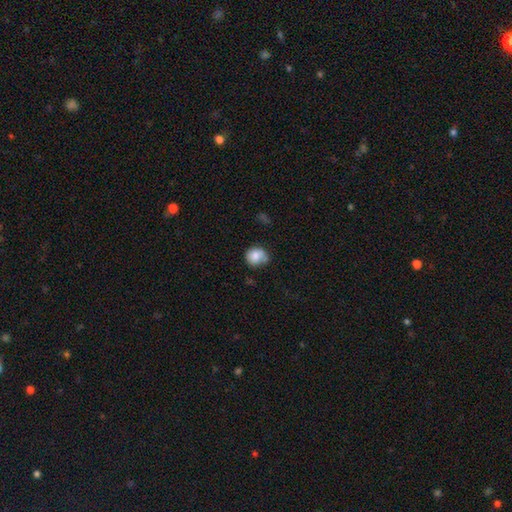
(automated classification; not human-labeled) Smooth or featured? Predicted: smooth (p=0.79). How rounded? Predicted: round (p=0.78). Merging? Predicted: none (p=0.54).